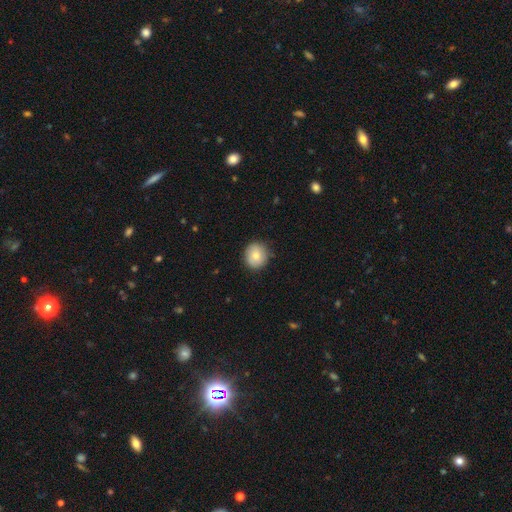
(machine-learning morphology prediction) Smooth or featured?
  - smooth: 79% *
  - featured or disk: 14%
  - star or artifact: 8%
How rounded?
  - round: 84% *
  - in between: 15%
  - cigar-shaped: 1%
Merging?
  - none: 86% *
  - minor disturbance: 11%
  - major disturbance: 2%
  - merger: 1%